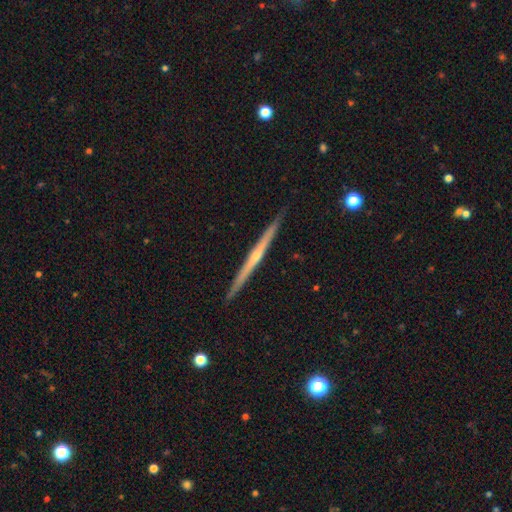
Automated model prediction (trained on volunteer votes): Smooth or featured?
  - featured or disk: 79% *
  - smooth: 15%
  - star or artifact: 6%
Edge-on disk?
  - yes: 98% *
  - no: 2%
Edge-on bulge?
  - rounded: 64% *
  - none: 32%
  - boxy: 4%
Merging?
  - none: 92% *
  - minor disturbance: 6%
  - major disturbance: 1%
  - merger: 1%